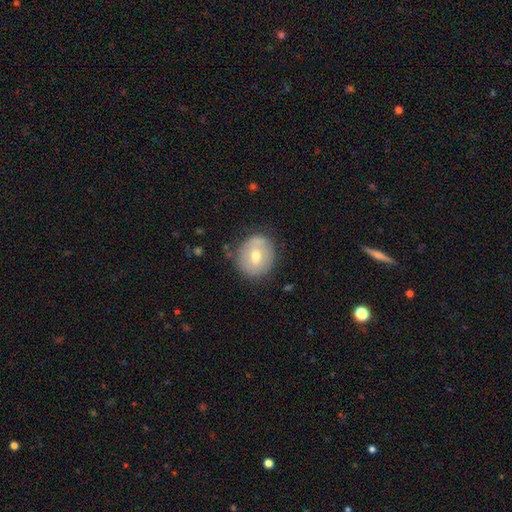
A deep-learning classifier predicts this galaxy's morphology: A smooth galaxy with no disk features (54%) that is round (78%).

Vote fractions:
- Smooth or featured? smooth: 54% / featured or disk: 38% / star or artifact: 8%
- How rounded? round: 78% / in between: 21% / cigar-shaped: 1%
- Merging? none: 77% / minor disturbance: 16% / major disturbance: 5% / merger: 2%